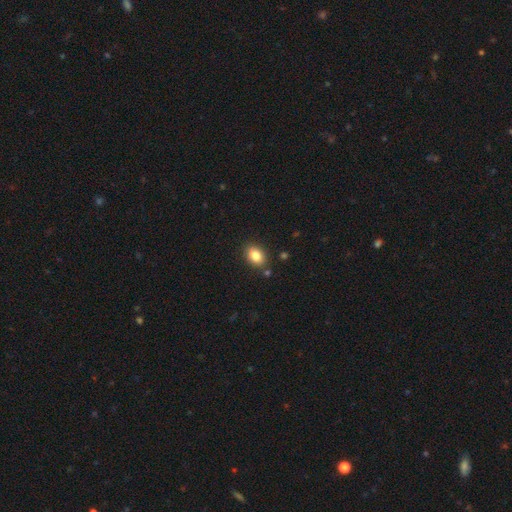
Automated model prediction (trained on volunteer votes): This is clearly a smooth galaxy (83%). How rounded: likely in between (76%). Merging: clearly none (83%).